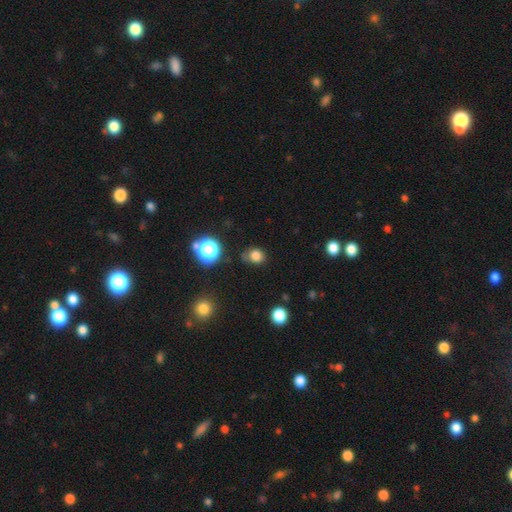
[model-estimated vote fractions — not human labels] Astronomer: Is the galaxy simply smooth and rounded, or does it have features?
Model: smooth — 78%.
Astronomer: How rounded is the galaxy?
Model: round — 65%.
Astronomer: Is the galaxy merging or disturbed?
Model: none — 66%.